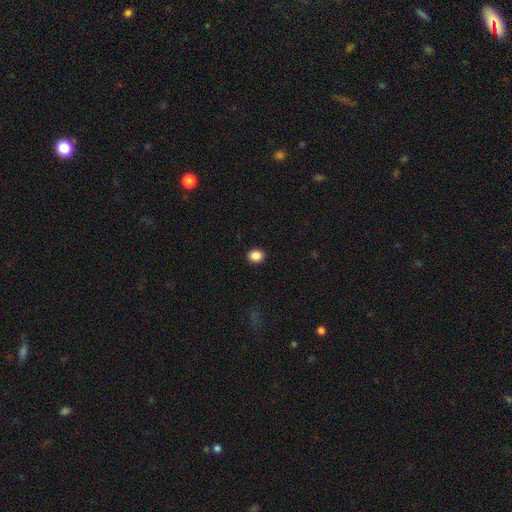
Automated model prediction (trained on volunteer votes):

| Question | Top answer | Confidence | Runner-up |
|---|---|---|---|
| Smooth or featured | smooth | 88% | star or artifact (9%) |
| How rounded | round | 69% | in between (30%) |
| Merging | none | 92% | minor disturbance (5%) |